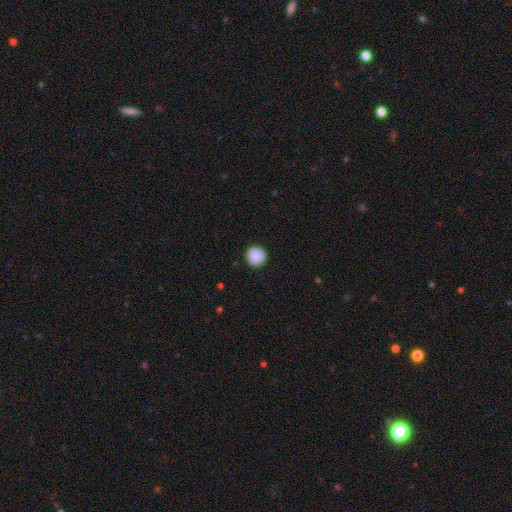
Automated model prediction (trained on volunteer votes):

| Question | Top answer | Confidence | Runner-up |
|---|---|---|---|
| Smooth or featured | smooth | 89% | star or artifact (7%) |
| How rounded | round | 94% | in between (5%) |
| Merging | none | 90% | minor disturbance (7%) |